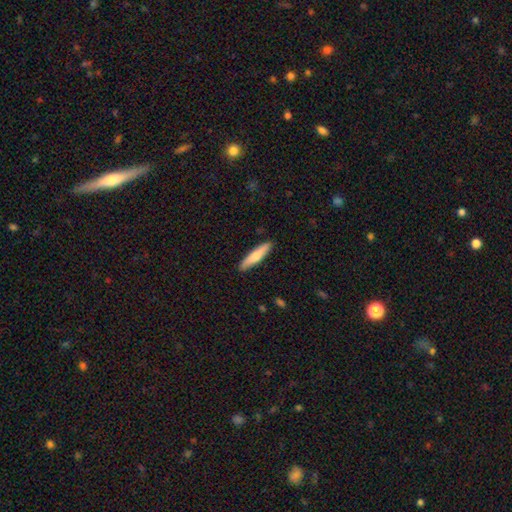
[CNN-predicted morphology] smooth-or-featured: smooth: 68% | featured or disk: 27% | star or artifact: 5%
  how-rounded: cigar-shaped: 85% | in between: 14% | round: 1%
  merging: none: 90% | minor disturbance: 8% | major disturbance: 1% | merger: 1%